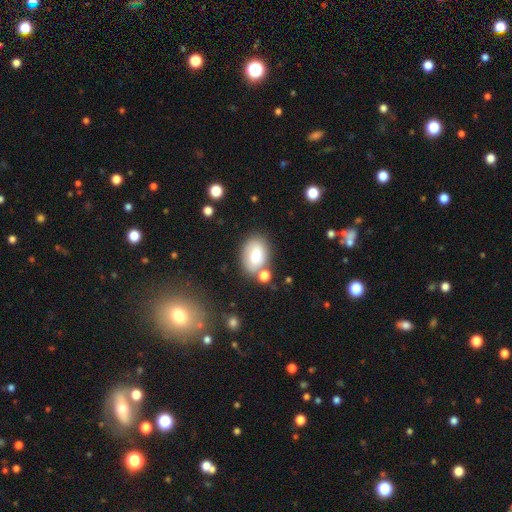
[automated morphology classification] smooth 75%, featured or disk 16%, star or artifact 9%. Down the decision tree: how rounded — in between (82%); merging — none (64%).